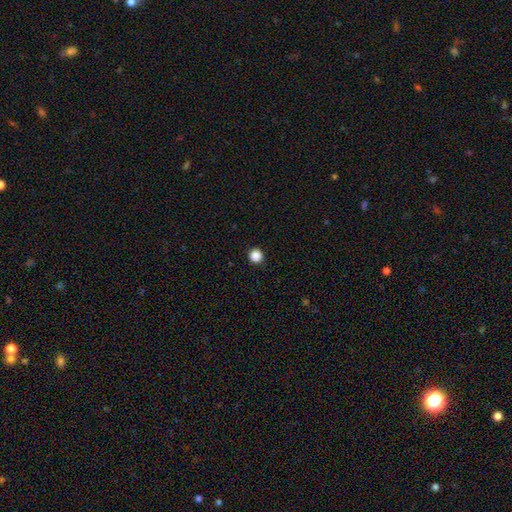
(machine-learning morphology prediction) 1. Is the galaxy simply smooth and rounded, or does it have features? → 87% smooth, 10% star or artifact, 2% featured or disk.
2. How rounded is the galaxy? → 96% round, 3% in between, 1% cigar-shaped.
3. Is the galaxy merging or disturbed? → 94% none, 4% minor disturbance, 1% major disturbance, 1% merger.